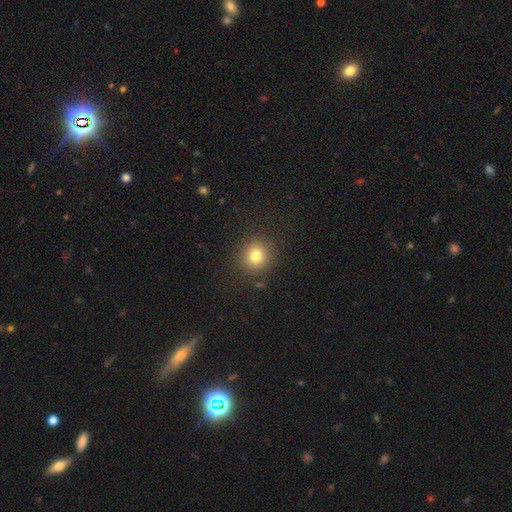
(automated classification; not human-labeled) A smooth galaxy with no disk features (80%) that is round (89%).

Vote fractions:
- Smooth or featured? smooth: 80% / star or artifact: 12% / featured or disk: 7%
- How rounded? round: 89% / in between: 10% / cigar-shaped: 1%
- Merging? none: 88% / minor disturbance: 8% / major disturbance: 3% / merger: 2%